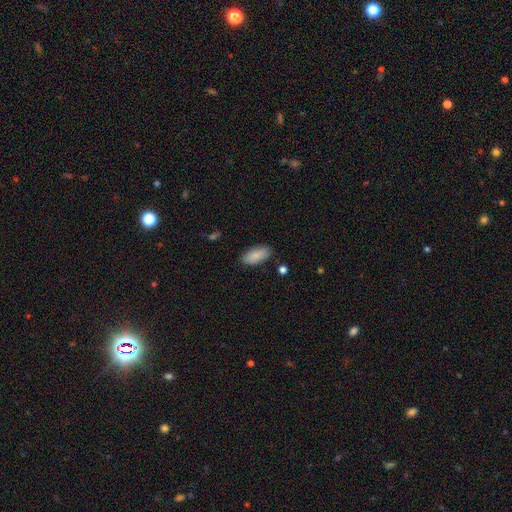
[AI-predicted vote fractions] This appears to be a smooth galaxy with no disk features (86%) that is in between round and cigar-shaped (91%). Merging: none (85%).